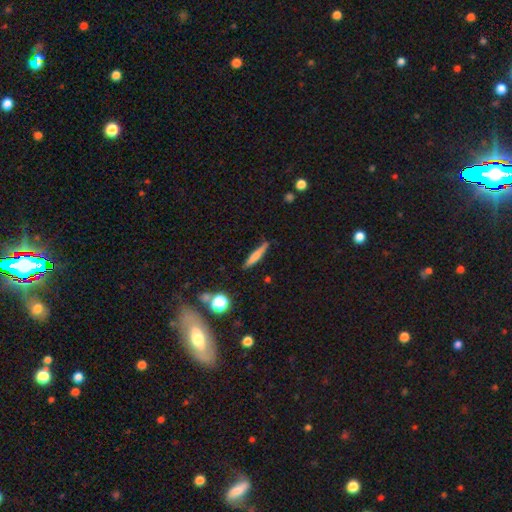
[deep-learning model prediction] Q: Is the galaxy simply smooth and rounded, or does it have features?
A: smooth — 64%.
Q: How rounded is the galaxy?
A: cigar-shaped — 91%.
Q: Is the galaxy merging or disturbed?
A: none — 83%.